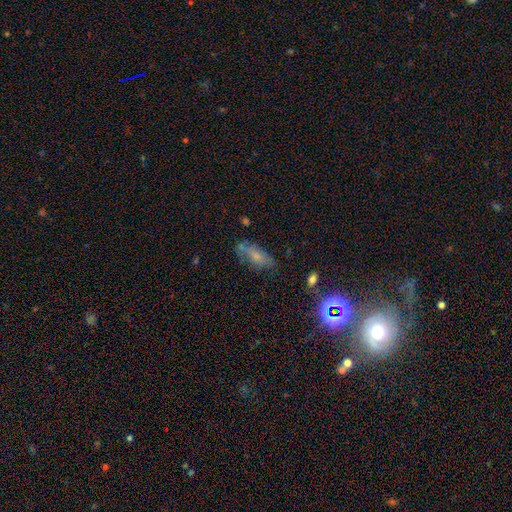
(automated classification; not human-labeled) Smooth or featured? smooth (55%)
How rounded? in between (67%)
Merging? none (56%)